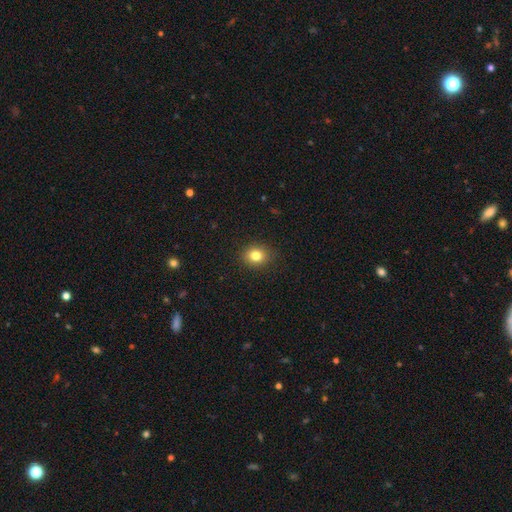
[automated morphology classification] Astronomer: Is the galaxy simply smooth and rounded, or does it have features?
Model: smooth — 81%.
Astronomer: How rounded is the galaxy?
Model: round — 65%.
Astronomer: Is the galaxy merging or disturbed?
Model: none — 90%.